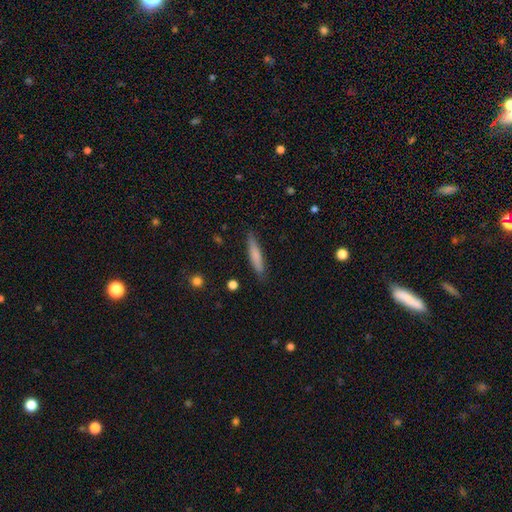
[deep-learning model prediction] Smooth or featured: smooth — 73% (featured or disk — 21%)
How rounded: cigar-shaped — 89% (in between — 10%)
Merging: none — 87% (minor disturbance — 10%)